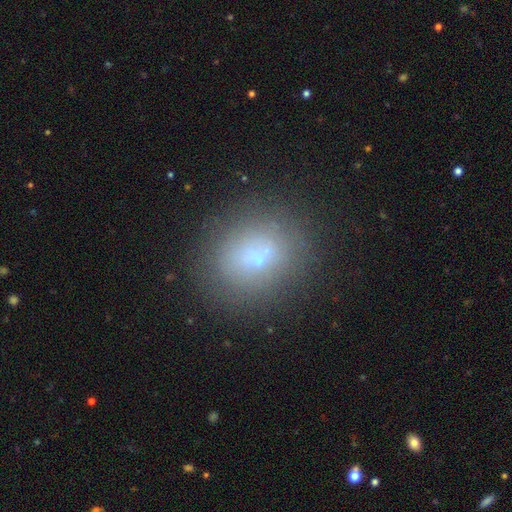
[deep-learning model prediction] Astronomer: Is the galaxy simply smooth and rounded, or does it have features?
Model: smooth — 60%.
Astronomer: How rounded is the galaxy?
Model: round — 63%.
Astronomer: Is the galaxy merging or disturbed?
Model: none — 71%.